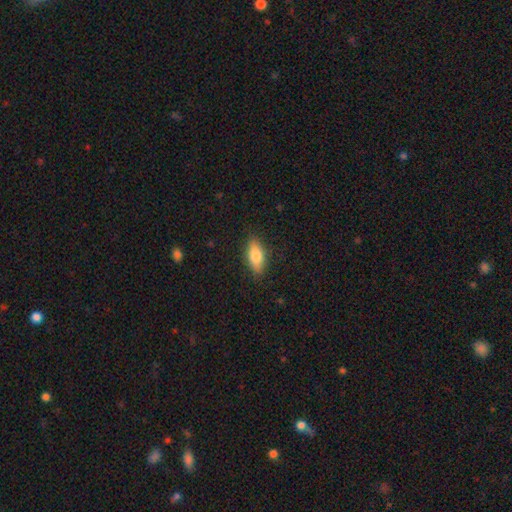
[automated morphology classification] The model was most divided on "how rounded": in between: 80%, cigar-shaped: 17%, round: 3%. More confident: merging — none (86%); smooth or featured — smooth (79%).